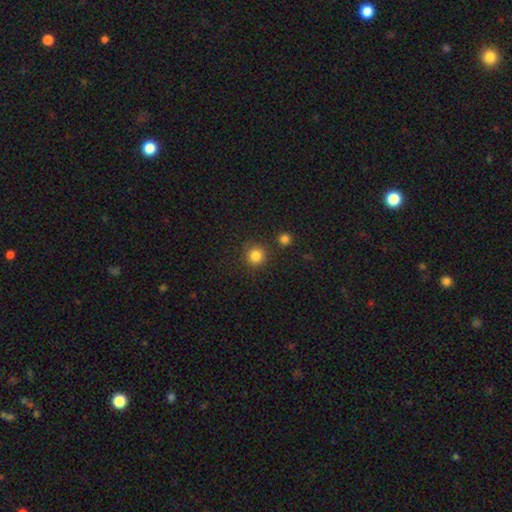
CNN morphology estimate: This appears to be a smooth galaxy with no disk features (84%) that is round (94%). Merging: none (86%).